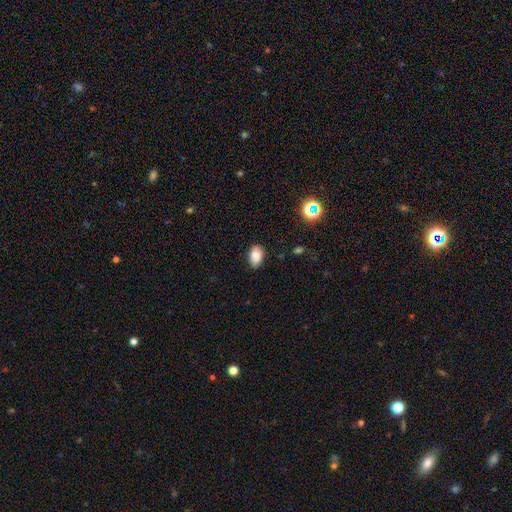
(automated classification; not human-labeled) Overall: smooth (86%). How rounded: in between (87%). Merging: none (81%).